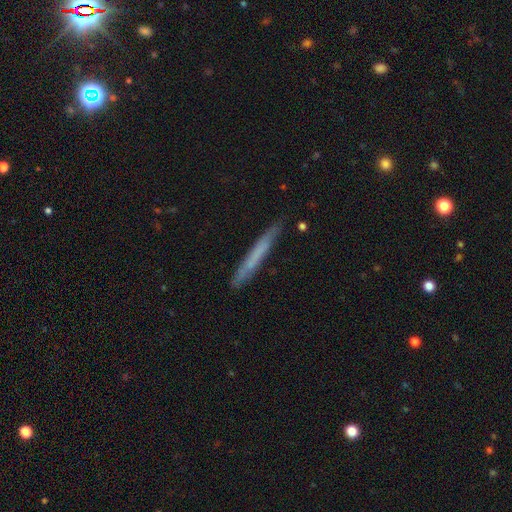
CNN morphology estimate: smooth-or-featured: smooth: 55% | featured or disk: 39% | star or artifact: 7%
  how-rounded: cigar-shaped: 97% | in between: 2% | round: 1%
  merging: none: 84% | minor disturbance: 12% | major disturbance: 2% | merger: 2%